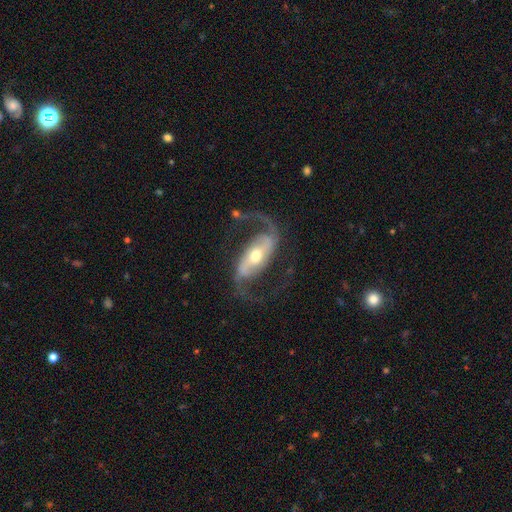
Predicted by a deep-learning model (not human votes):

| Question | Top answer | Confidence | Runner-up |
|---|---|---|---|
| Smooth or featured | featured or disk | 91% | smooth (5%) |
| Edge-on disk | no | 96% | yes (4%) |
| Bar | strong | 45% | weak (33%) |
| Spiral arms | yes | 97% | no (3%) |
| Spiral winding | loose | 54% | medium (38%) |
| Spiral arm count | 2 | 93% | 1 (2%) |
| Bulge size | moderate | 62% | small (30%) |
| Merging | none | 73% | major disturbance (13%) |